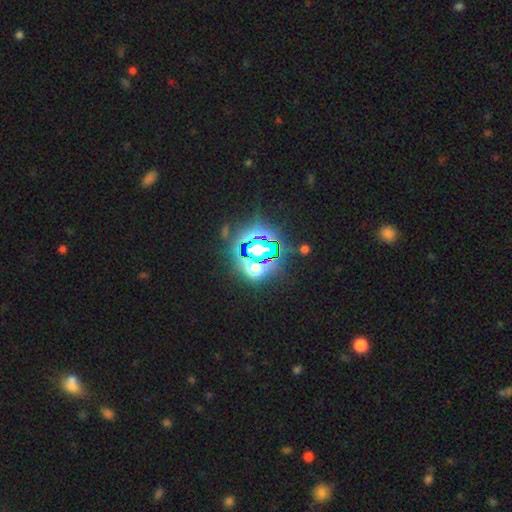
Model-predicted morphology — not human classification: Smooth or featured? Predicted: star or artifact (p=0.81).